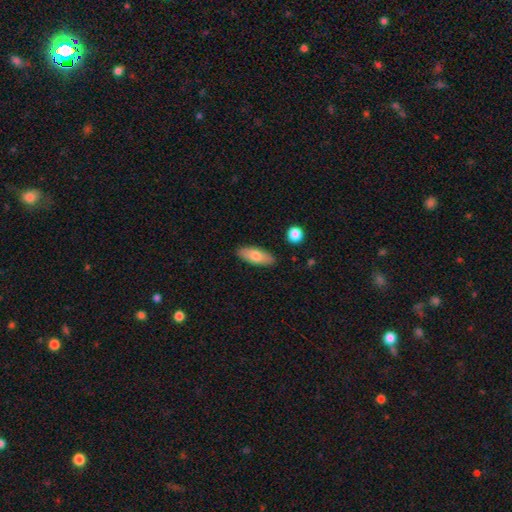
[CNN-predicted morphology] type=smooth (74%); roundness=in between (80%); merging=none (87%).